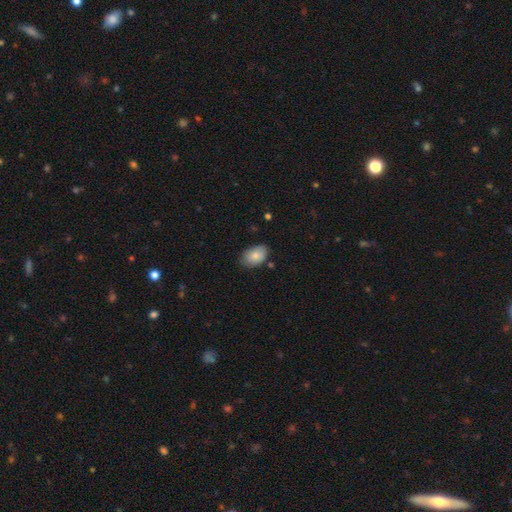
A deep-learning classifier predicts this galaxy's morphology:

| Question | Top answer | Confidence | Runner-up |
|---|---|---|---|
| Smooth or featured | smooth | 83% | featured or disk (10%) |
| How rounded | in between | 88% | round (11%) |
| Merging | none | 75% | minor disturbance (20%) |